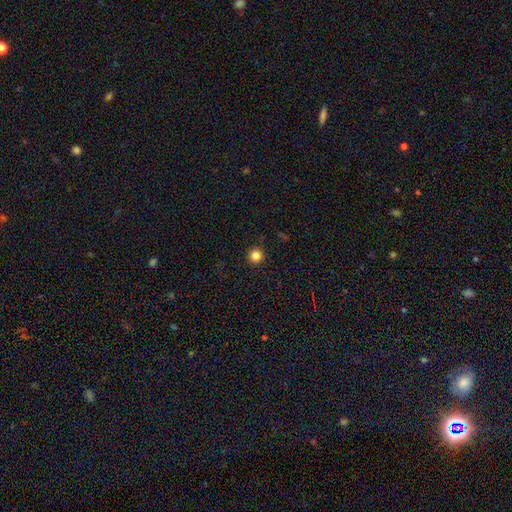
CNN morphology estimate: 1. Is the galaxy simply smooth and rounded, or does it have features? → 84% smooth, 12% star or artifact, 4% featured or disk.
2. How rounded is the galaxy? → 96% round, 3% in between, 1% cigar-shaped.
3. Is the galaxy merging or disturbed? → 93% none, 4% minor disturbance, 2% major disturbance, 1% merger.